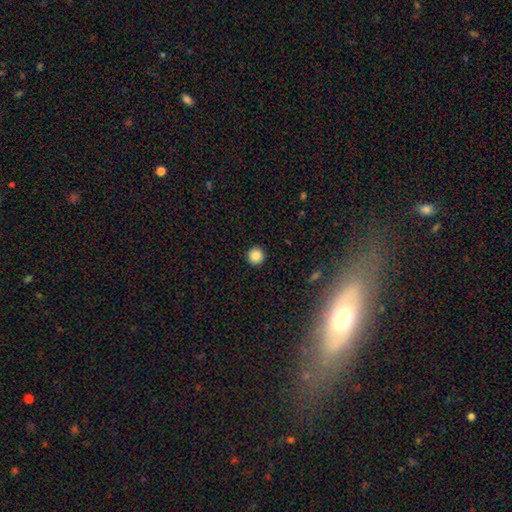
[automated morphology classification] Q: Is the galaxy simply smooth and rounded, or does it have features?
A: smooth — 86%.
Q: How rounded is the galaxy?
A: round — 95%.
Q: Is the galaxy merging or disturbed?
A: none — 93%.